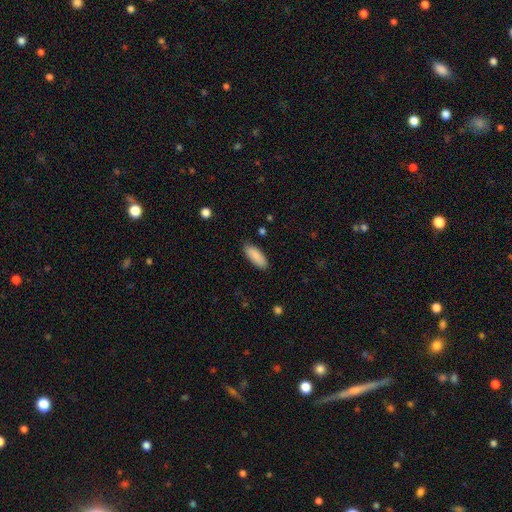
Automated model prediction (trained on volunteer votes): Smooth or featured: smooth — 90% (star or artifact — 6%)
How rounded: in between — 73% (cigar-shaped — 26%)
Merging: none — 87% (minor disturbance — 10%)